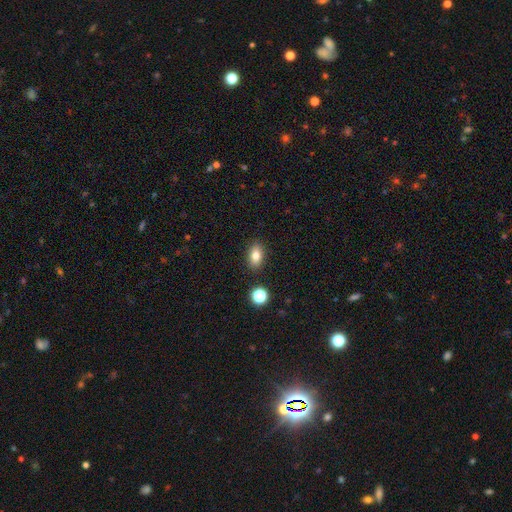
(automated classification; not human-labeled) This is likely a smooth galaxy (80%). How rounded: clearly in between (84%). Merging: clearly none (87%).